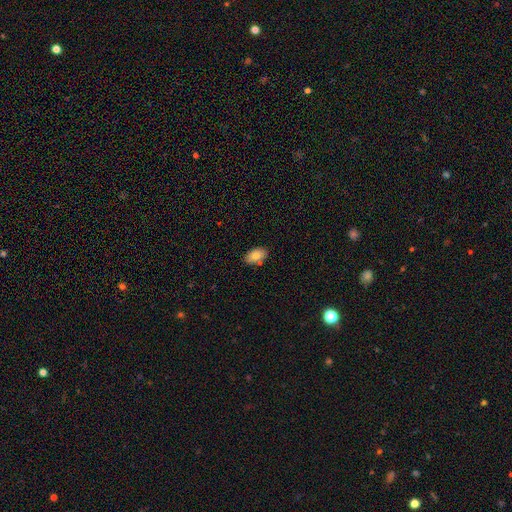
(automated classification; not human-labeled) smooth_or_featured: smooth (p=0.80) [alt: featured or disk p=0.13]
how_rounded: in between (p=0.92) [alt: round p=0.06]
merging: none (p=0.80) [alt: minor disturbance p=0.13]